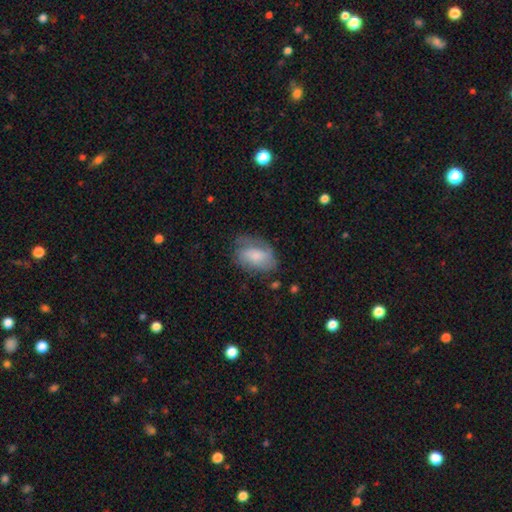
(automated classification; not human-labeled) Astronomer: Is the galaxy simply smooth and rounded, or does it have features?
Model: smooth — 58% (runner-up: featured or disk, 34%).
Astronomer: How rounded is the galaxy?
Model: in between — 87%.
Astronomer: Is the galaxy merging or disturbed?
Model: none — 51% (runner-up: minor disturbance, 30%).